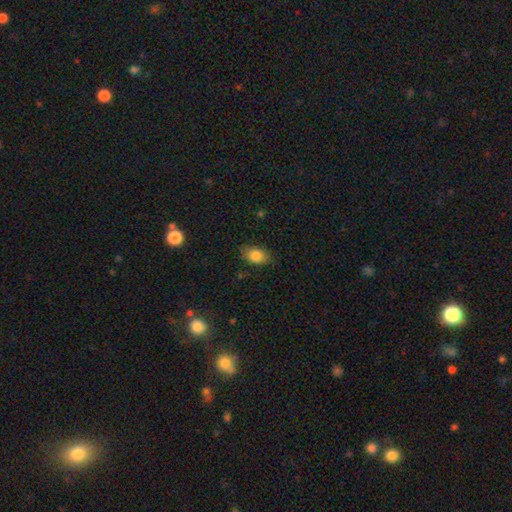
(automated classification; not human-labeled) Q: Smooth or featured?
A: smooth (84%); runner-up: star or artifact (9%)
Q: How rounded?
A: in between (84%); runner-up: round (15%)
Q: Merging?
A: none (79%); runner-up: minor disturbance (16%)